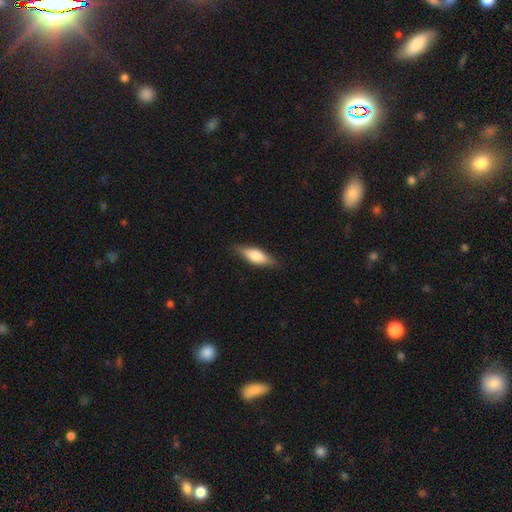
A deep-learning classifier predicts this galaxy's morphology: Smooth or featured? smooth (65%)
How rounded? in between (56%)
Merging? none (85%)